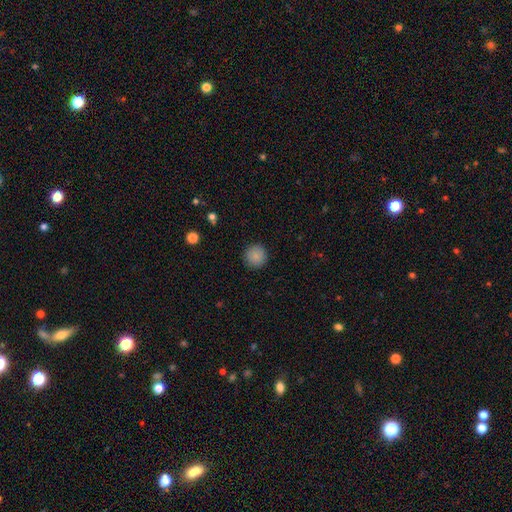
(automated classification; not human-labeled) smooth_or_featured: smooth (p=0.87) [alt: star or artifact p=0.09]
how_rounded: round (p=0.95) [alt: in between p=0.04]
merging: none (p=0.91) [alt: minor disturbance p=0.06]